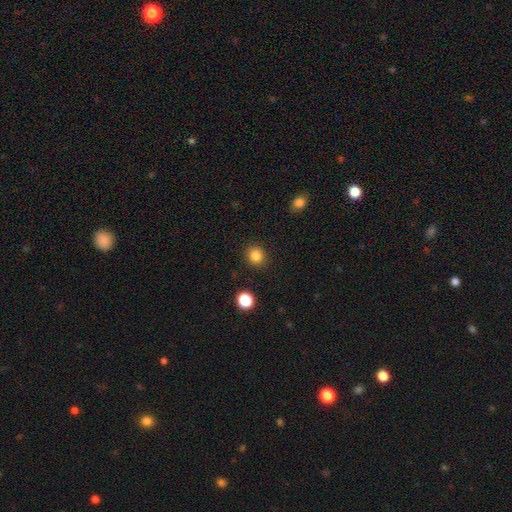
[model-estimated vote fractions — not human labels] This is clearly a smooth galaxy (84%). How rounded: clearly round (85%). Merging: clearly none (91%).